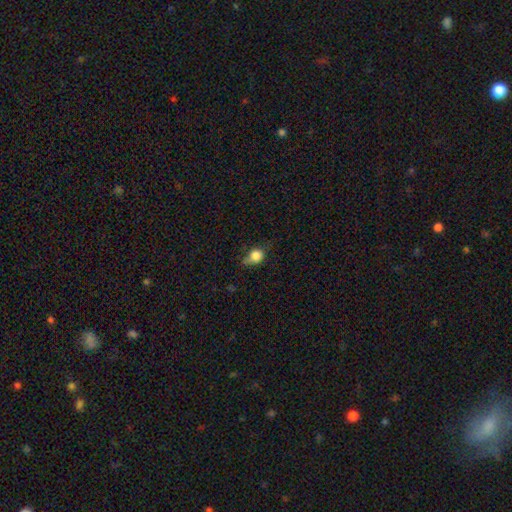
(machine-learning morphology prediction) Smooth or featured? smooth (82%)
How rounded? round (58%)
Merging? none (44%)